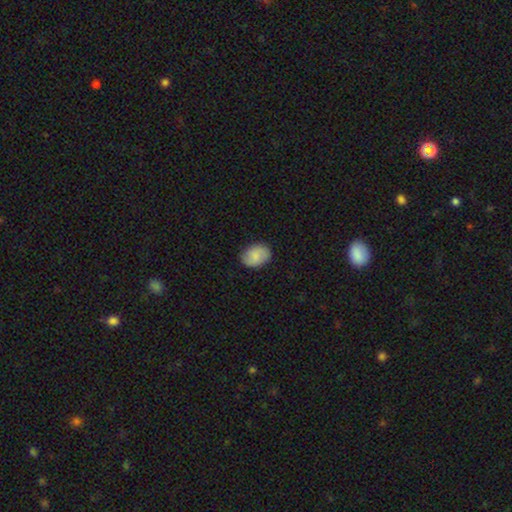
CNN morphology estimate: A smooth galaxy with no disk features (77%) that is in between round and cigar-shaped (74%).

Vote fractions:
- Smooth or featured? smooth: 77% / featured or disk: 16% / star or artifact: 7%
- How rounded? in between: 74% / round: 25% / cigar-shaped: 1%
- Merging? none: 84% / minor disturbance: 12% / major disturbance: 2% / merger: 1%